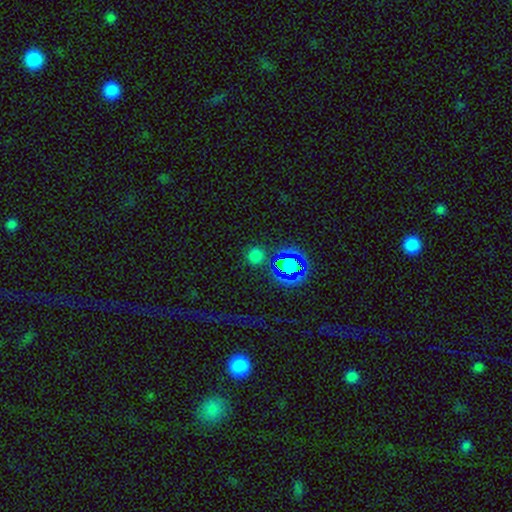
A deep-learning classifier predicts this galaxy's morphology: The model was most divided on "smooth or featured": smooth: 65%, star or artifact: 29%, featured or disk: 6%. More confident: how rounded — round (92%); merging — none (81%).